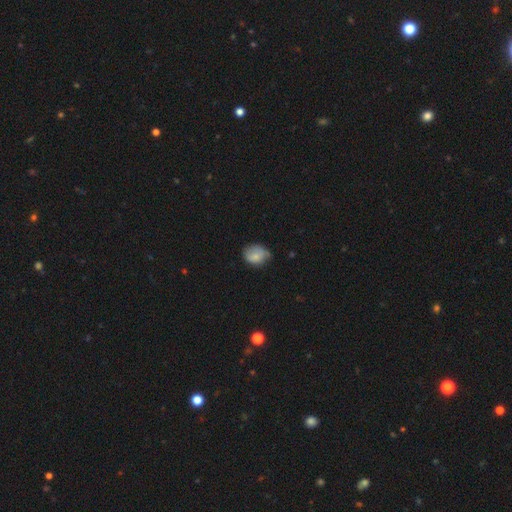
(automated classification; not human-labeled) This appears to be a smooth galaxy with no disk features (75%) that is in between round and cigar-shaped (55%). Merging: none (53%).